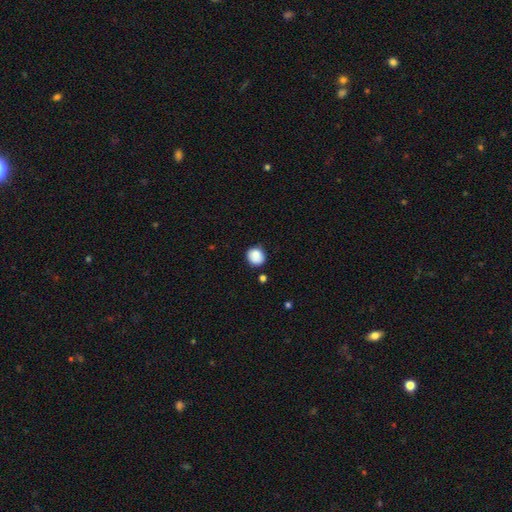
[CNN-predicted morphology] Smooth or featured? Predicted: smooth (p=0.85). How rounded? Predicted: round (p=0.77). Merging? Predicted: none (p=0.75).